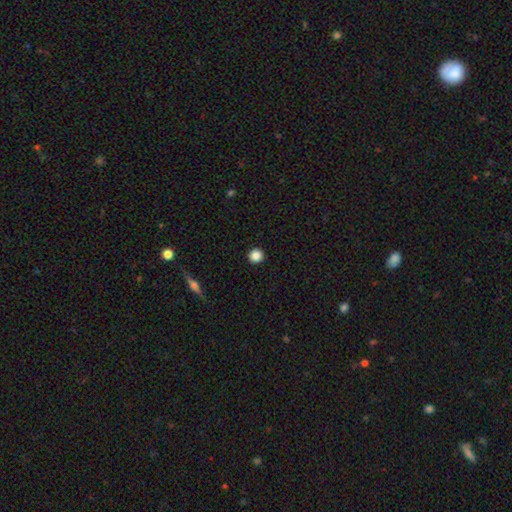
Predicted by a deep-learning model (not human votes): smooth_or_featured: smooth (p=0.87) [alt: star or artifact p=0.09]
how_rounded: round (p=0.96) [alt: in between p=0.03]
merging: none (p=0.94) [alt: minor disturbance p=0.04]